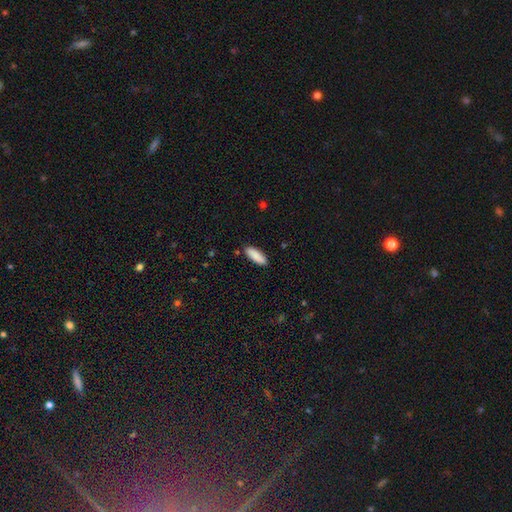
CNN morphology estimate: A smooth galaxy with no disk features (89%) that is in between round and cigar-shaped (58%). Merging: none (87%).